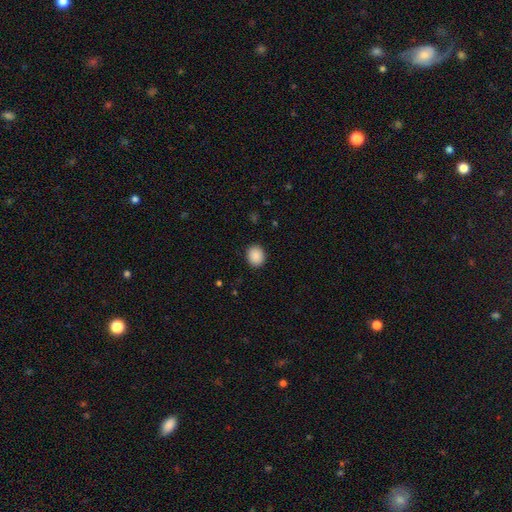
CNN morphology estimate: Smooth or featured? Predicted: smooth (p=0.89). How rounded? Predicted: round (p=0.63). Merging? Predicted: none (p=0.90).